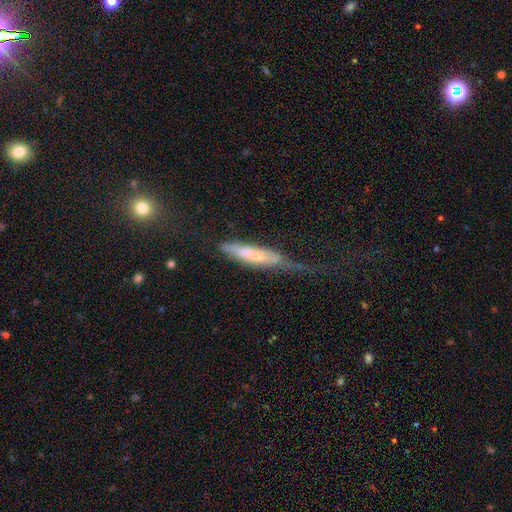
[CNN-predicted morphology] A featured or disk galaxy (49%). Merging: major disturbance (43%).